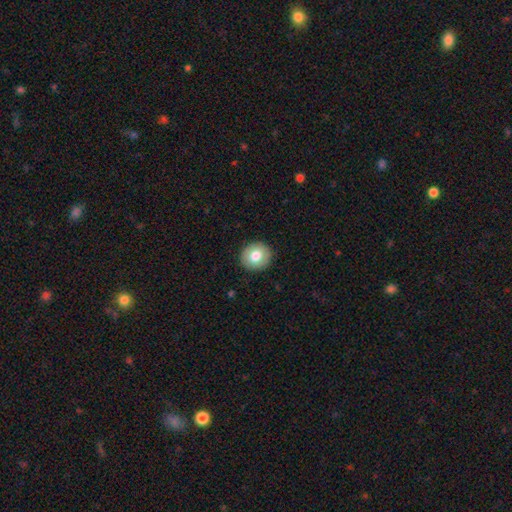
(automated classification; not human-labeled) A smooth galaxy with no disk features (78%) that is round (87%). Merging: none (91%).